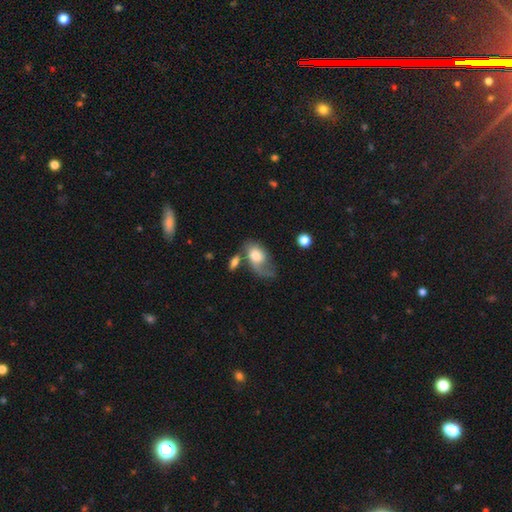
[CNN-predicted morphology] This is possibly a smooth galaxy (59%). How rounded: clearly in between (87%). Merging: marginally major disturbance (33%).